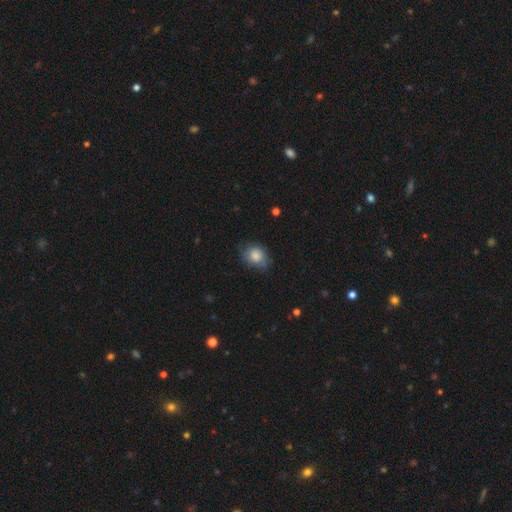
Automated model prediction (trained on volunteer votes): A smooth galaxy with no disk features (79%) that is round (53%). Merging: none (62%).